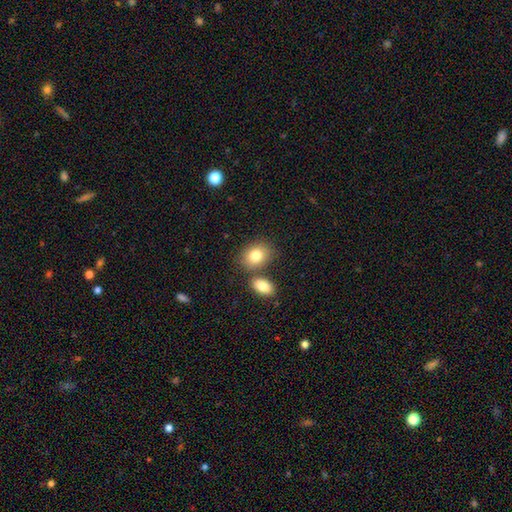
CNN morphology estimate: A smooth galaxy with no disk features (82%) that is in between round and cigar-shaped (66%).

Vote fractions:
- Smooth or featured? smooth: 82% / featured or disk: 10% / star or artifact: 8%
- How rounded? in between: 66% / round: 33% / cigar-shaped: 1%
- Merging? none: 63% / merger: 23% / minor disturbance: 11% / major disturbance: 3%